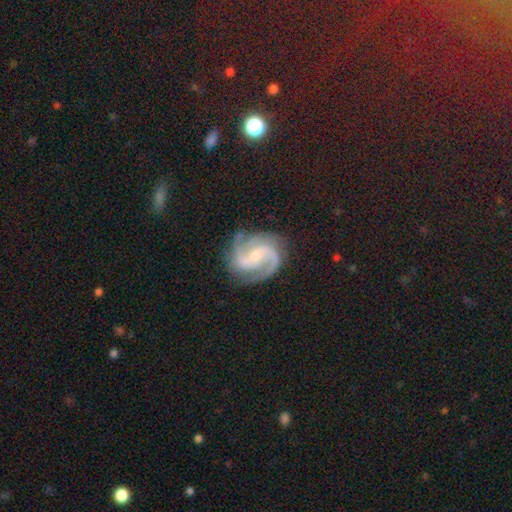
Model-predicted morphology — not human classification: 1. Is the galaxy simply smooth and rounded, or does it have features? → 91% featured or disk, 5% star or artifact, 4% smooth.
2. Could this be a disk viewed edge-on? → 98% no, 2% yes.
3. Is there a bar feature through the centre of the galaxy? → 46% weak, 35% no, 19% strong.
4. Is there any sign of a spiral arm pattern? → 98% yes, 2% no.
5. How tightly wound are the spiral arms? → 58% medium, 25% tight, 16% loose.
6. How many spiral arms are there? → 64% 2, 23% 3, 4% can't tell, 3% 1, 3% 4, 3% more than 4.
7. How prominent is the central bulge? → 63% small, 31% moderate, 4% none, 2% large, 1% dominant.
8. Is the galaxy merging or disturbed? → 76% none, 16% minor disturbance, 6% major disturbance, 2% merger.